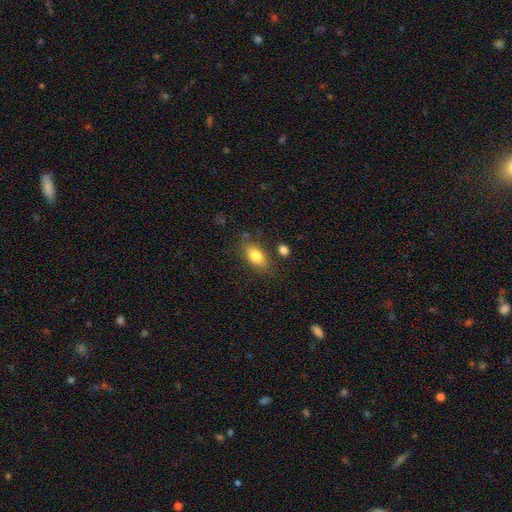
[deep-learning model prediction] Smooth or featured? smooth (83%)
How rounded? in between (88%)
Merging? none (76%)